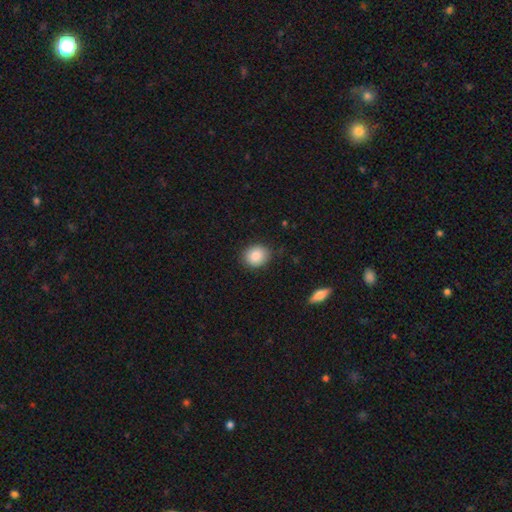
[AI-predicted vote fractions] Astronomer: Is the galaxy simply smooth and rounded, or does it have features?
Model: smooth — 86%.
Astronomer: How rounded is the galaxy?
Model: round — 65%.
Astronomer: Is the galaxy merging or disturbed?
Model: none — 85%.